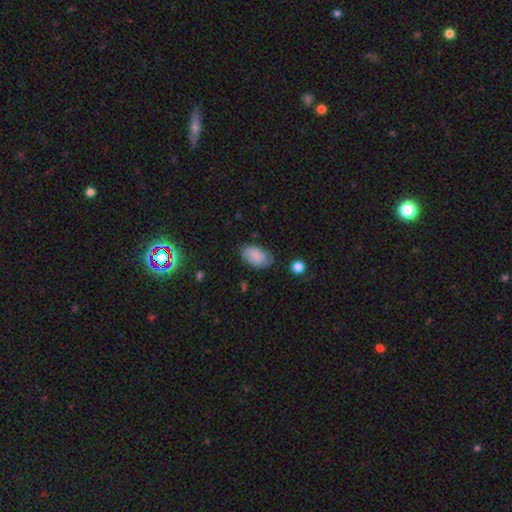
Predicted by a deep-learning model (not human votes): Smooth or featured? Predicted: smooth (p=0.75). How rounded? Predicted: in between (p=0.93). Merging? Predicted: none (p=0.69).